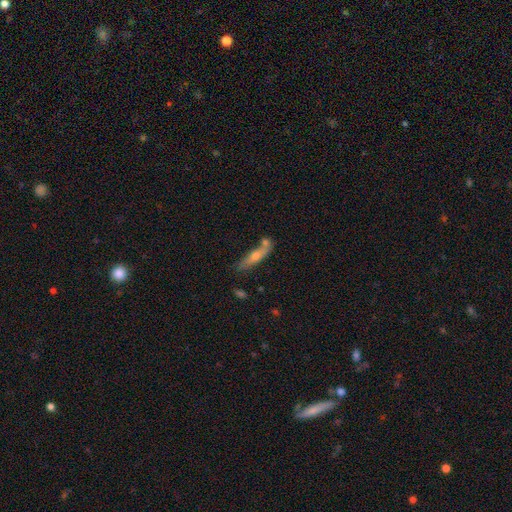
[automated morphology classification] Q: Smooth or featured?
A: featured or disk (47%); runner-up: smooth (44%)
Q: Merging?
A: none (61%); runner-up: minor disturbance (17%)